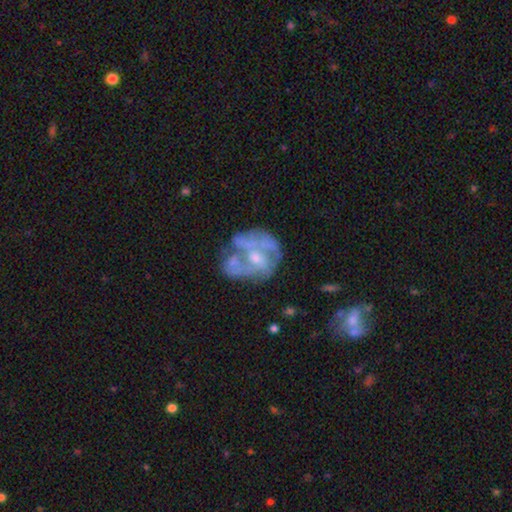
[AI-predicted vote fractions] The model was most divided on "bulge size": moderate: 44%, small: 43%, none: 9%, large: 3%, dominant: 1%. Remaining: edge-on disk — no (98%); smooth or featured — featured or disk (72%); bar — no (68%); spiral arms — yes (52%); merging — none (38%).